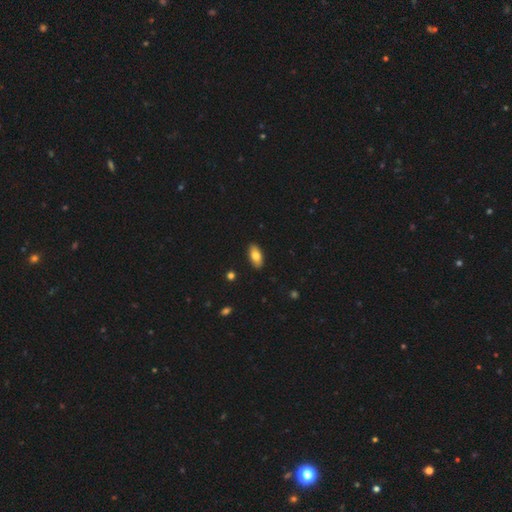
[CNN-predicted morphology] smooth-or-featured: smooth: 80% | featured or disk: 13% | star or artifact: 7%
  how-rounded: in between: 90% | cigar-shaped: 7% | round: 3%
  merging: none: 89% | minor disturbance: 8% | major disturbance: 2% | merger: 1%